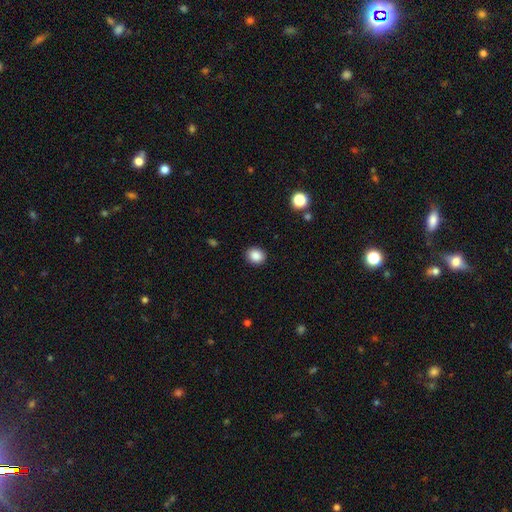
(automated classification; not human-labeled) Smooth or featured?
  - smooth: 87% *
  - star or artifact: 9%
  - featured or disk: 4%
How rounded?
  - round: 67% *
  - in between: 32%
  - cigar-shaped: 1%
Merging?
  - none: 91% *
  - minor disturbance: 7%
  - major disturbance: 2%
  - merger: 1%